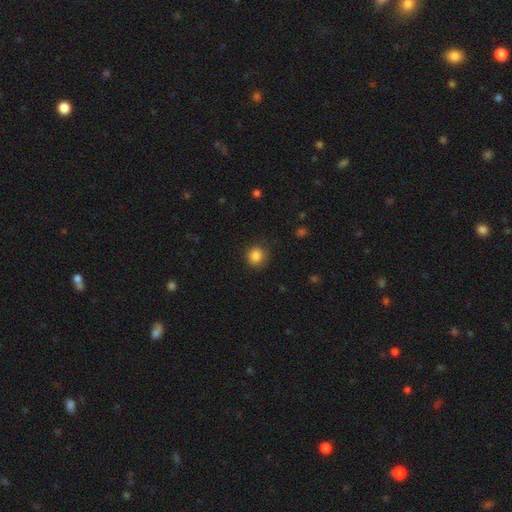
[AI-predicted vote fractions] The model was most divided on "merging": none: 83%, minor disturbance: 13%, major disturbance: 4%, merger: 1%. More confident: how rounded — round (86%); smooth or featured — smooth (85%).